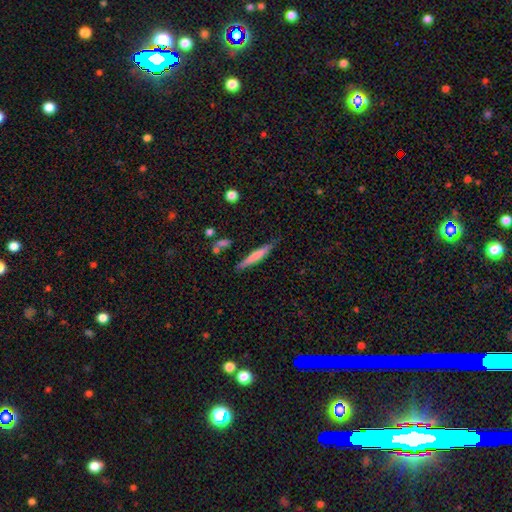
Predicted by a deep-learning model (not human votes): A smooth galaxy with no disk features (64%) that is cigar-shaped (93%).

Vote fractions:
- Smooth or featured? smooth: 64% / featured or disk: 30% / star or artifact: 6%
- How rounded? cigar-shaped: 93% / in between: 6% / round: 1%
- Merging? none: 81% / minor disturbance: 14% / major disturbance: 3% / merger: 3%